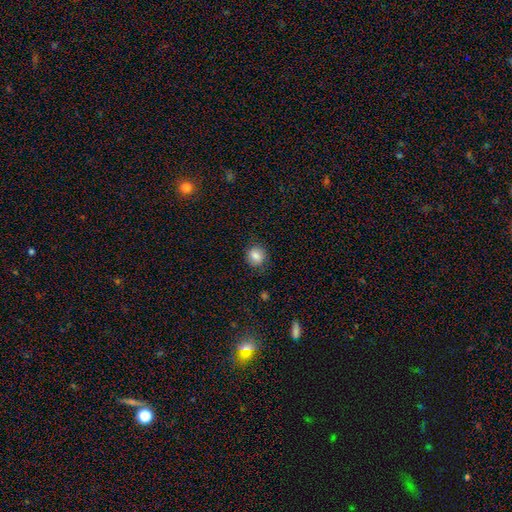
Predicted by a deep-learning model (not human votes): Smooth or featured?
  - smooth: 83% *
  - star or artifact: 10%
  - featured or disk: 7%
How rounded?
  - round: 80% *
  - in between: 19%
  - cigar-shaped: 1%
Merging?
  - none: 84% *
  - minor disturbance: 12%
  - major disturbance: 4%
  - merger: 1%